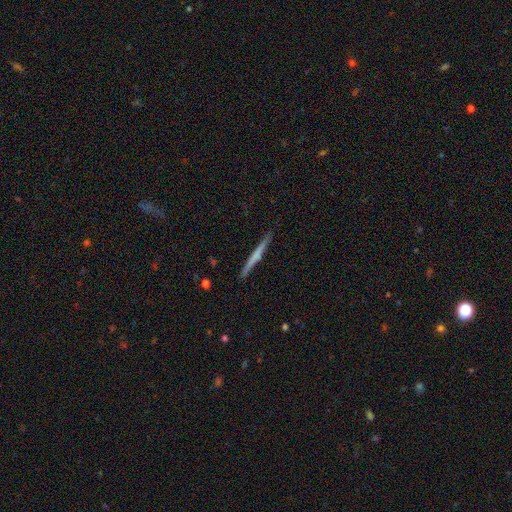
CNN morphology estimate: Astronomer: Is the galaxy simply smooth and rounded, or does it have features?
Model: smooth — 48% (runner-up: featured or disk, 47%).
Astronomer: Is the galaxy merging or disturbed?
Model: none — 90%.